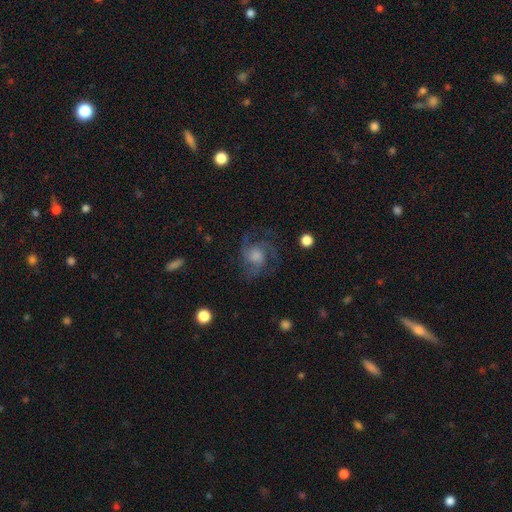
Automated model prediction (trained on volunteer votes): Smooth or featured: featured or disk — 82% (smooth — 10%)
Edge-on disk: no — 98% (yes — 2%)
Bar: no — 67% (weak — 28%)
Spiral arms: yes — 96% (no — 4%)
Spiral winding: medium — 55% (tight — 30%)
Spiral arm count: 3 — 48% (2 — 18%)
Bulge size: moderate — 41% (large — 26%)
Merging: none — 72% (minor disturbance — 15%)